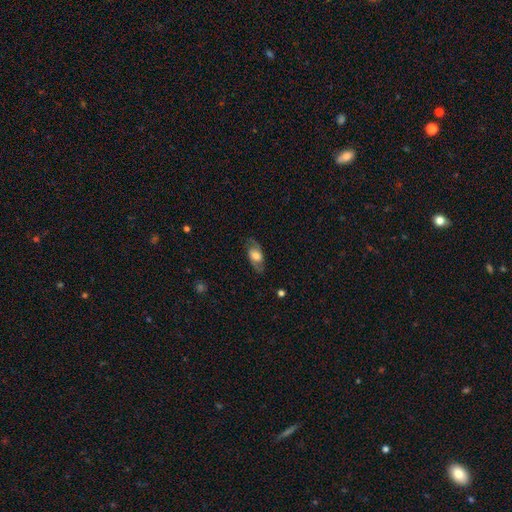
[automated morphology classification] smooth 47%, featured or disk 45%, star or artifact 7%. Down the decision tree: merging — none (76%).